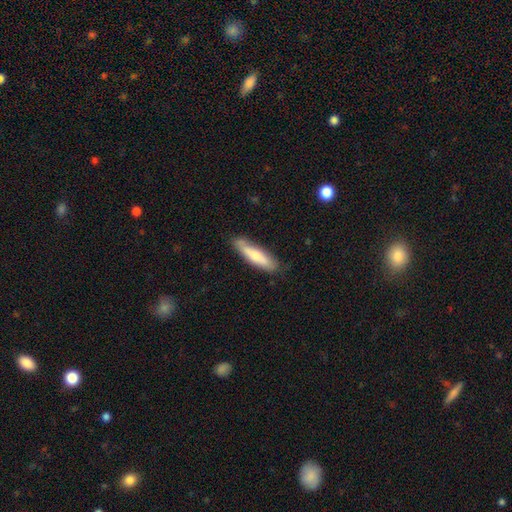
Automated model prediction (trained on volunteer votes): The model was most divided on "smooth or featured": smooth: 63%, featured or disk: 31%, star or artifact: 6%. More confident: merging — none (77%); how rounded — cigar-shaped (74%).